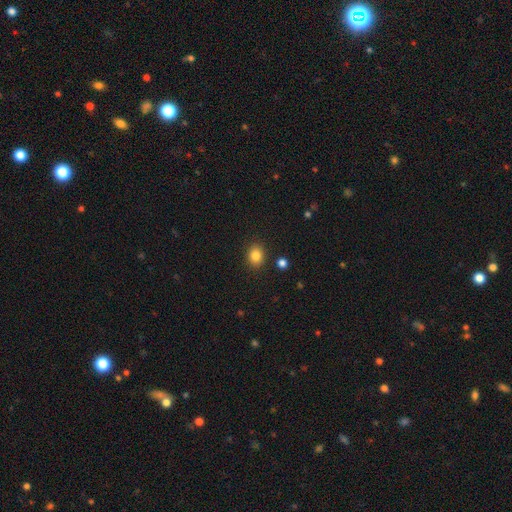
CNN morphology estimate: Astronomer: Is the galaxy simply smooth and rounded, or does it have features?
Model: smooth — 84%.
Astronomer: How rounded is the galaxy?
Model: round — 52% (runner-up: in between, 47%).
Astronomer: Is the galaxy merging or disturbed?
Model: none — 88%.